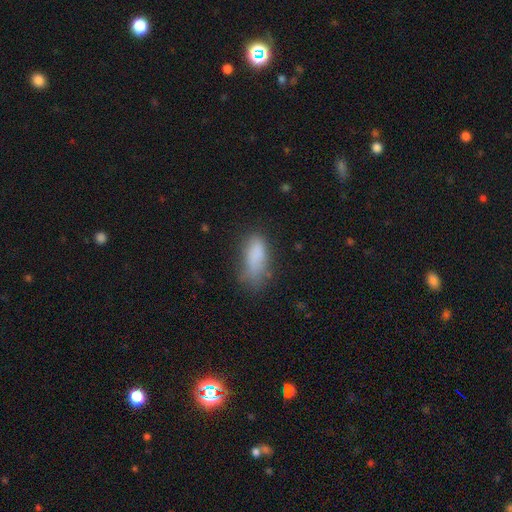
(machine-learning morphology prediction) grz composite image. It shows a smooth galaxy with no disk features (80%) that is in between round and cigar-shaped (81%). Merging: none (43%).